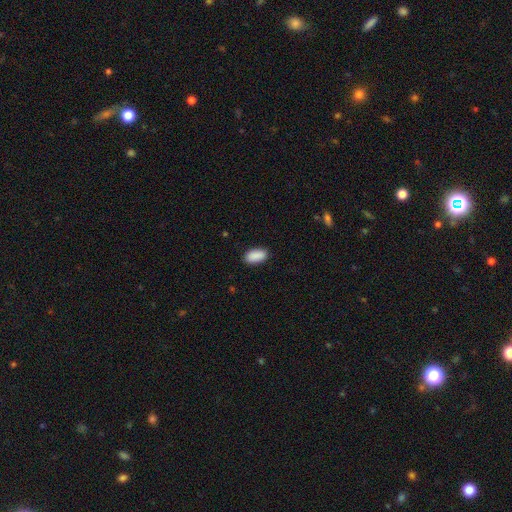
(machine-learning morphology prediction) Smooth or featured? smooth (91%)
How rounded? in between (93%)
Merging? none (88%)